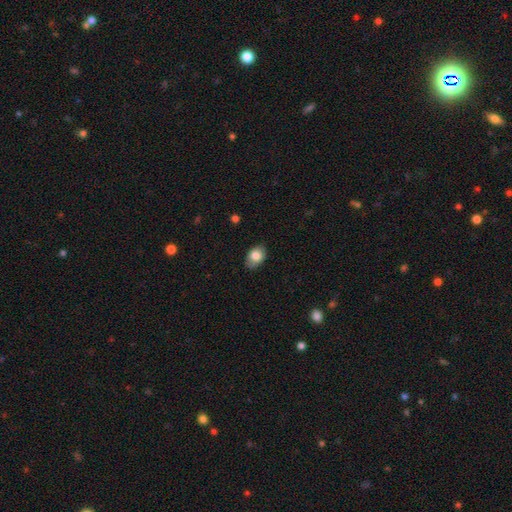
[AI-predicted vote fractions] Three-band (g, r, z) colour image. It shows a smooth galaxy with no disk features (79%) that is in between round and cigar-shaped (83%). Merging: none (81%).